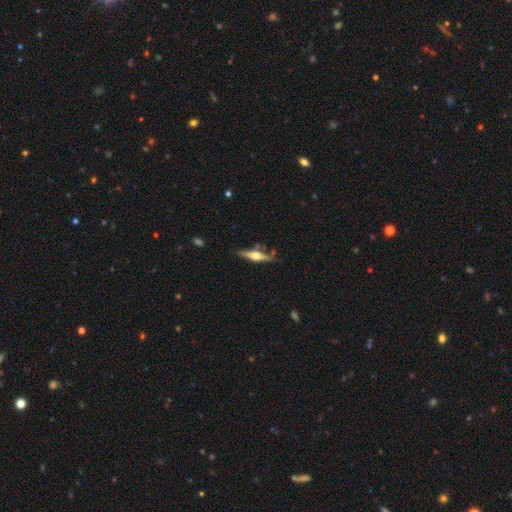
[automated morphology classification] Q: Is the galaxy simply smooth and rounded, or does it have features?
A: featured or disk — 66%.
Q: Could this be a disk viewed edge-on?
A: yes — 96%.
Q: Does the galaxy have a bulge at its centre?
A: rounded — 95%.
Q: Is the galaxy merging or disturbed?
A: none — 80%.